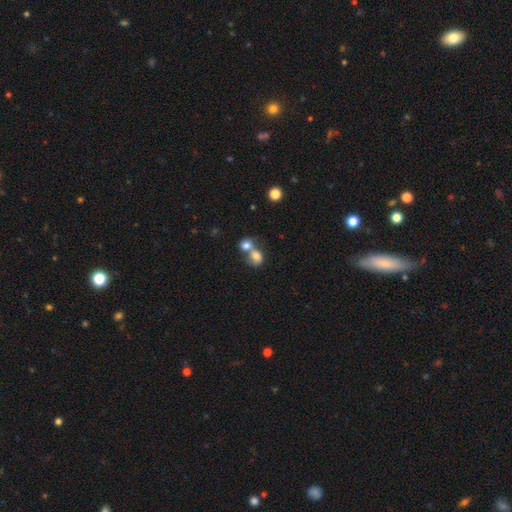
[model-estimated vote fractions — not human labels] This is likely a smooth galaxy (77%). How rounded: possibly round (54%). Merging: likely merger (66%).